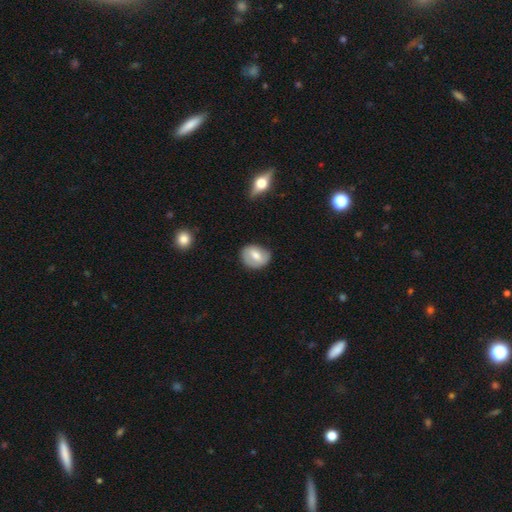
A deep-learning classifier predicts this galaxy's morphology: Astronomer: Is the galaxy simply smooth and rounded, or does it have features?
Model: smooth — 62%.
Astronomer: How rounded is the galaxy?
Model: in between — 52% (runner-up: round, 46%).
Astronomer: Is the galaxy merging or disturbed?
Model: none — 75%.